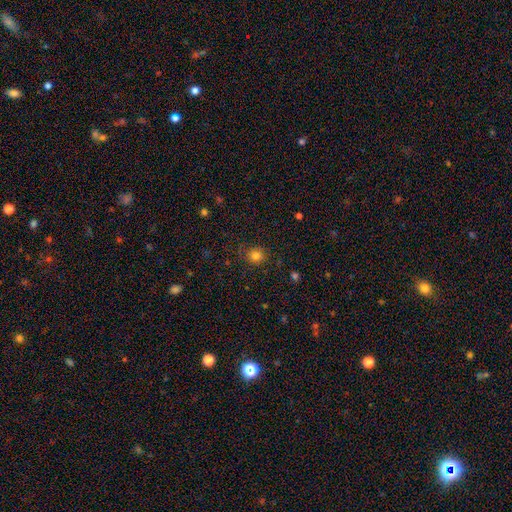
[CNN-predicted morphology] smooth-or-featured: smooth: 81% | star or artifact: 13% | featured or disk: 6%
  how-rounded: round: 84% | in between: 15% | cigar-shaped: 1%
  merging: none: 81% | minor disturbance: 13% | major disturbance: 4% | merger: 1%